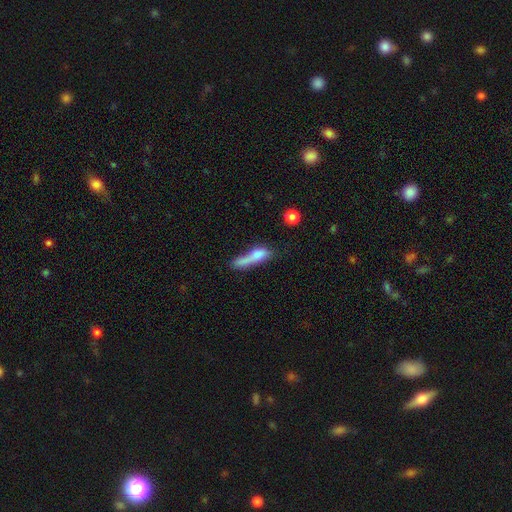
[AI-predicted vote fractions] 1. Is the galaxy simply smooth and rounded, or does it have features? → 68% smooth, 23% featured or disk, 9% star or artifact.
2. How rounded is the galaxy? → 64% cigar-shaped, 31% in between, 5% round.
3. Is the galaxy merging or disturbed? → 29% merger, 28% none, 23% major disturbance, 20% minor disturbance.